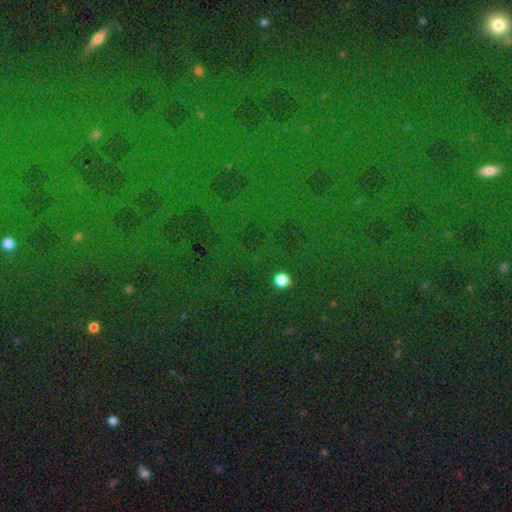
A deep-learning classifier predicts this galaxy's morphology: type=star or artifact (83%).